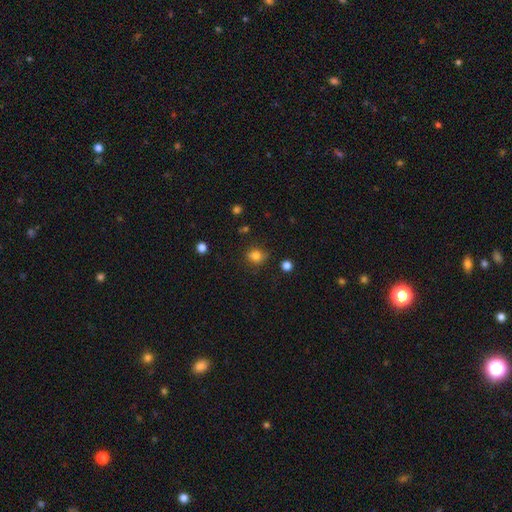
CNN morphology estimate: Overall: smooth (79%). How rounded: round (71%). Merging: none (72%).